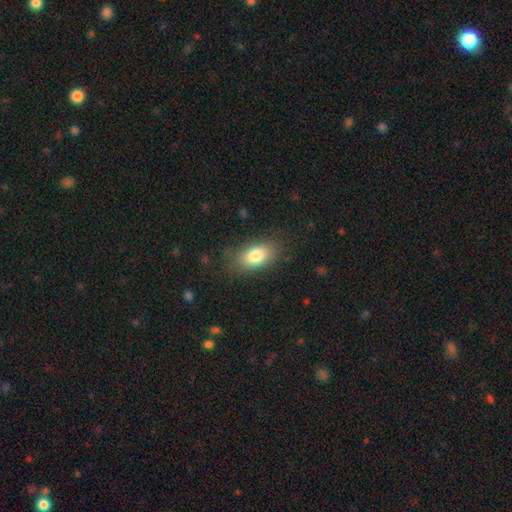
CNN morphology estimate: A smooth galaxy with no disk features (81%) that is in between round and cigar-shaped (89%).

Vote fractions:
- Smooth or featured? smooth: 81% / featured or disk: 11% / star or artifact: 8%
- How rounded? in between: 89% / round: 8% / cigar-shaped: 3%
- Merging? none: 79% / minor disturbance: 15% / major disturbance: 5% / merger: 1%